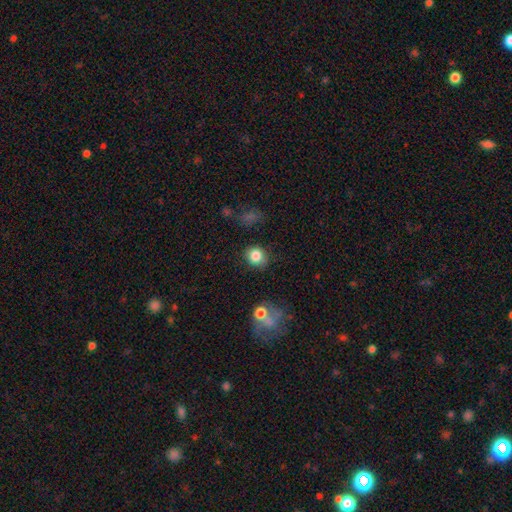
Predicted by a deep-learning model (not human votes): Morphology: type=smooth (83%); roundness=round (77%); merging=none (81%).